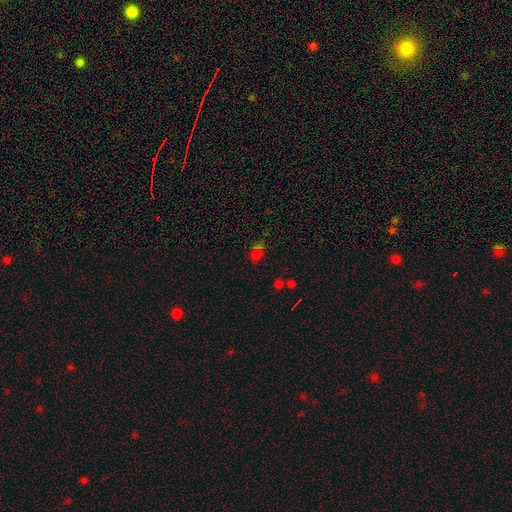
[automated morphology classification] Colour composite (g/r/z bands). It shows a smooth galaxy with no disk features (50%) that is in between round and cigar-shaped (72%). Merging: none (62%).